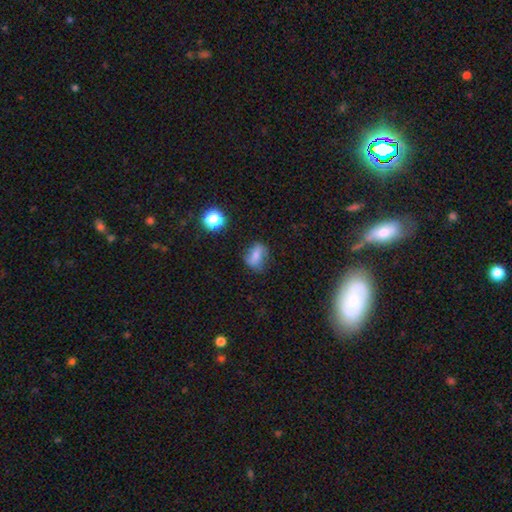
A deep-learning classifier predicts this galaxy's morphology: Smooth or featured? smooth (63%)
How rounded? in between (65%)
Merging? none (63%)